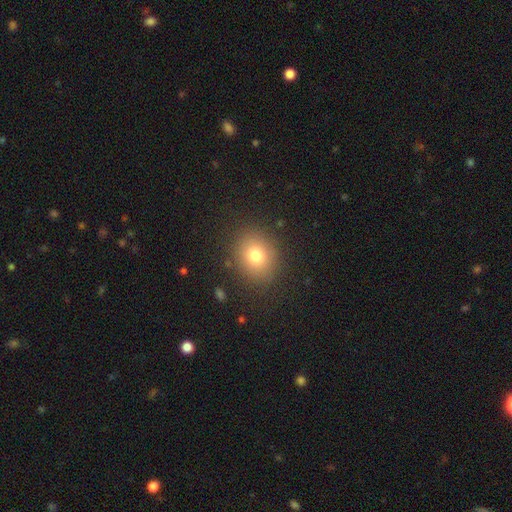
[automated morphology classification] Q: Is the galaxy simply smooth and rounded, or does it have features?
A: smooth — 77%.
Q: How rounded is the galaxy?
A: round — 67%.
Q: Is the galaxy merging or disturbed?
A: none — 87%.